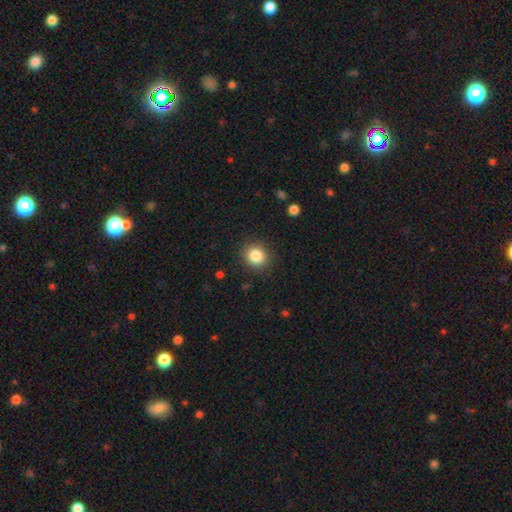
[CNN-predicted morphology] Smooth or featured?
  - smooth: 85% *
  - star or artifact: 10%
  - featured or disk: 5%
How rounded?
  - round: 79% *
  - in between: 20%
  - cigar-shaped: 1%
Merging?
  - none: 88% *
  - minor disturbance: 8%
  - major disturbance: 3%
  - merger: 1%